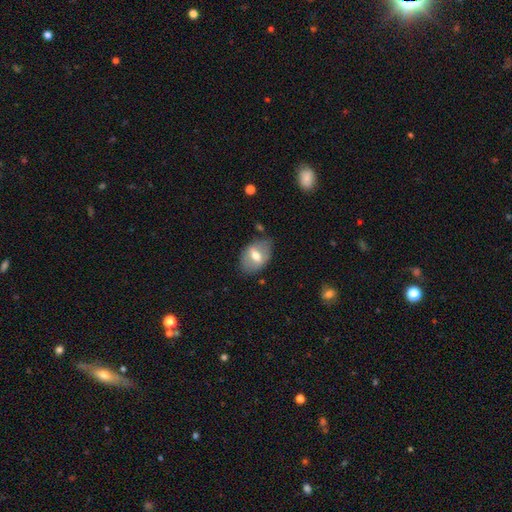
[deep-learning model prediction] Overall: smooth (47%; featured or disk 46%). Merging: none (75%).